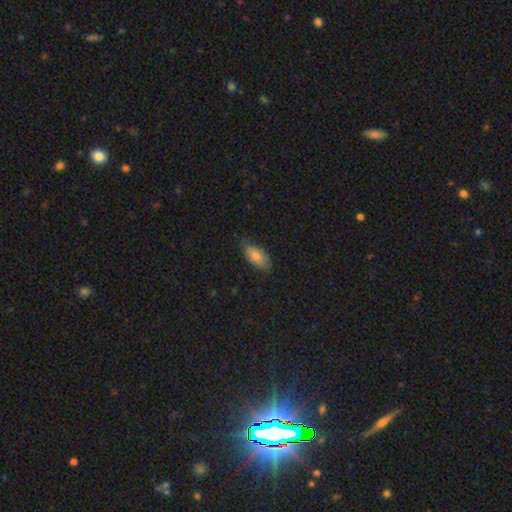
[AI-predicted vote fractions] Smooth or featured?
  - smooth: 79% *
  - featured or disk: 13%
  - star or artifact: 8%
How rounded?
  - in between: 89% *
  - cigar-shaped: 9%
  - round: 2%
Merging?
  - none: 72% *
  - minor disturbance: 23%
  - major disturbance: 4%
  - merger: 1%